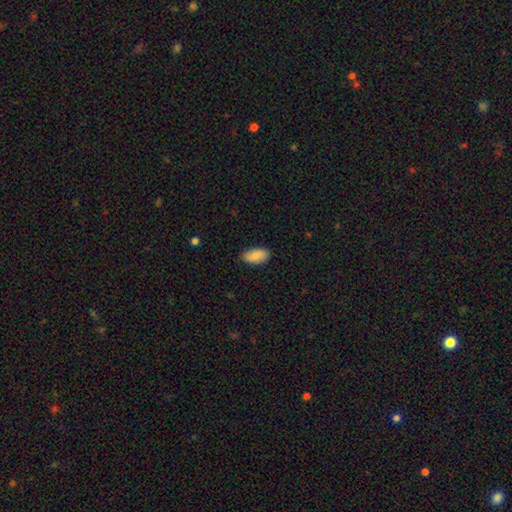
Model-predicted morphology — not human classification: A smooth galaxy with no disk features (86%) that is in between round and cigar-shaped (94%). Merging: none (86%).